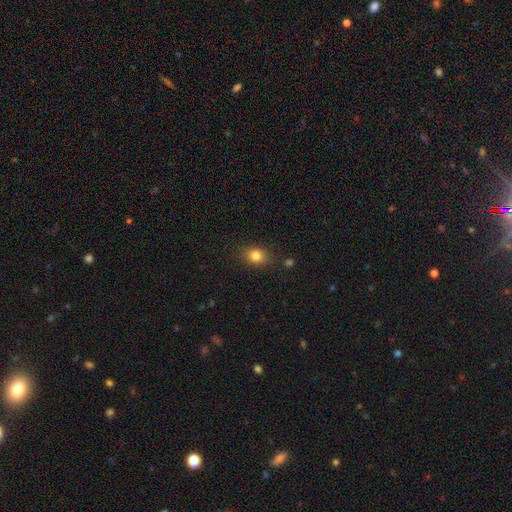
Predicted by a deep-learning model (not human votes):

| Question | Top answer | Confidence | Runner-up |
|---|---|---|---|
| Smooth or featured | smooth | 83% | star or artifact (11%) |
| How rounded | in between | 52% | round (46%) |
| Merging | none | 83% | minor disturbance (12%) |